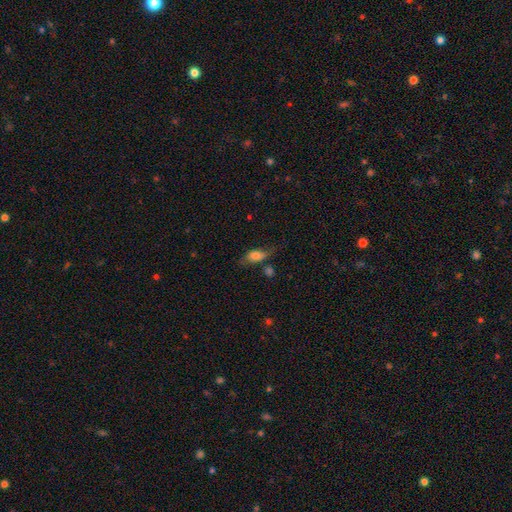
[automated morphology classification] This is likely a smooth galaxy (65%). How rounded: clearly in between (83%). Merging: possibly none (46%).